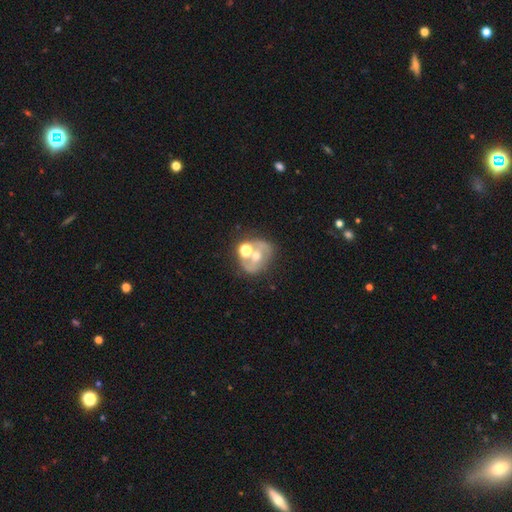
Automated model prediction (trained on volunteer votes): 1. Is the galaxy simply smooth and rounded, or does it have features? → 59% featured or disk, 28% smooth, 13% star or artifact.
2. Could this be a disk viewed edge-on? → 96% no, 4% yes.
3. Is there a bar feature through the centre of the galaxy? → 57% no, 28% weak, 15% strong.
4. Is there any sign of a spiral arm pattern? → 51% yes, 49% no.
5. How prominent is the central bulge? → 66% moderate, 22% small, 8% large, 3% none, 2% dominant.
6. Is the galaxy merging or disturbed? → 50% none, 27% merger, 15% minor disturbance, 8% major disturbance.